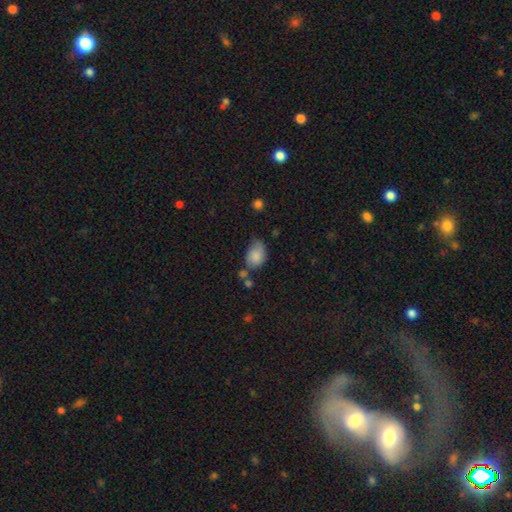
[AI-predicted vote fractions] Overall: smooth (83%). How rounded: in between (79%). Merging: none (44%; minor disturbance 37%).